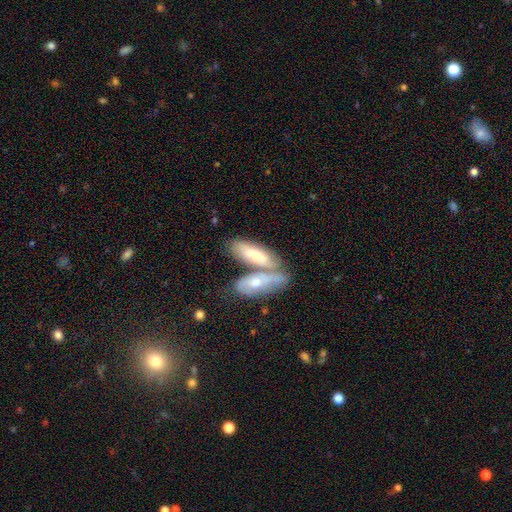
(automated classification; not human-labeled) A smooth galaxy with no disk features (55%) that is in between round and cigar-shaped (61%).

Vote fractions:
- Smooth or featured? smooth: 55% / featured or disk: 39% / star or artifact: 6%
- How rounded? in between: 61% / cigar-shaped: 36% / round: 3%
- Merging? merger: 50% / none: 36% / minor disturbance: 11% / major disturbance: 4%